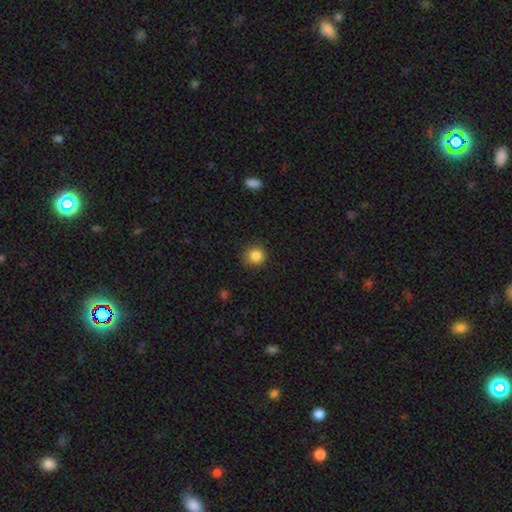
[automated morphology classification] Q: Smooth or featured?
A: smooth (86%); runner-up: star or artifact (10%)
Q: How rounded?
A: round (92%); runner-up: in between (7%)
Q: Merging?
A: none (87%); runner-up: minor disturbance (10%)